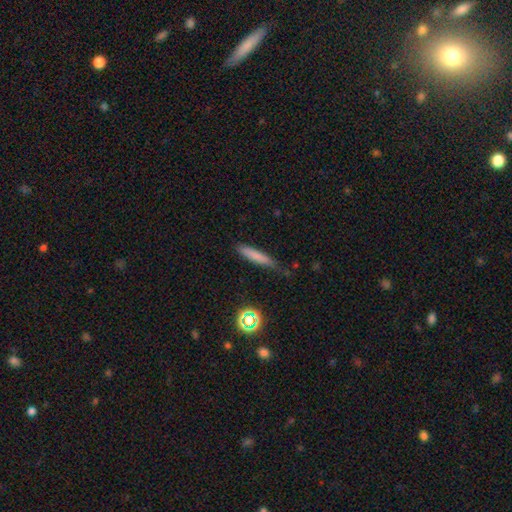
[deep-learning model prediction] smooth 76%, featured or disk 15%, star or artifact 9%. Down the decision tree: how rounded — cigar-shaped (89%); merging — none (69%).